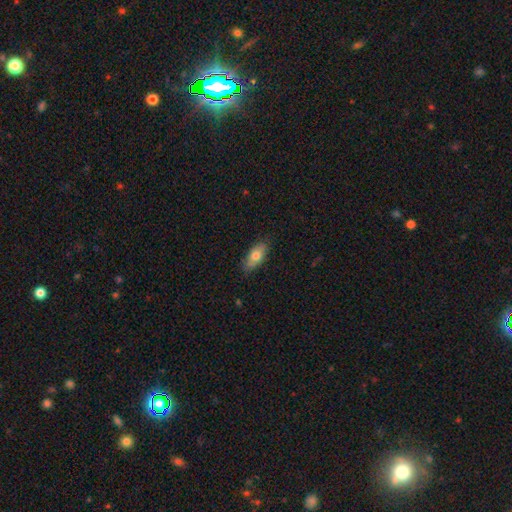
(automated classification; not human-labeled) Morphology: type=smooth (75%); roundness=in between (82%); merging=none (83%).